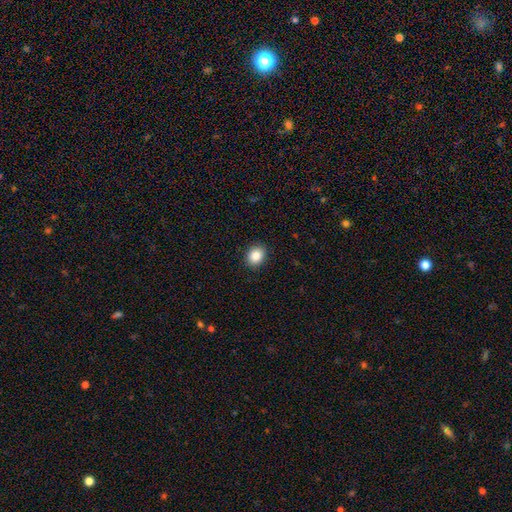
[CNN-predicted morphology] This appears to be a smooth galaxy with no disk features (86%) that is round (53%). Merging: none (90%).